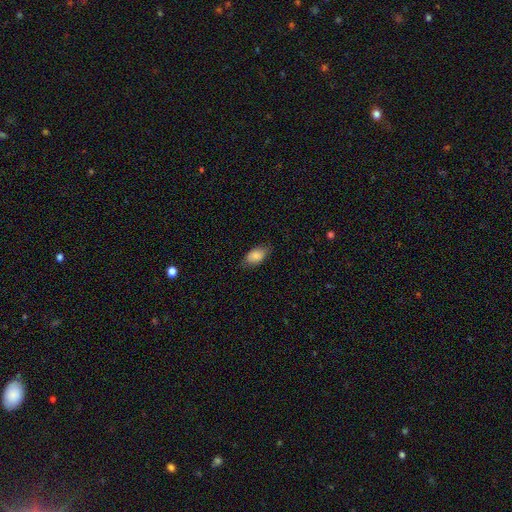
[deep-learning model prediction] A smooth galaxy with no disk features (82%) that is in between round and cigar-shaped (91%).

Vote fractions:
- Smooth or featured? smooth: 82% / featured or disk: 11% / star or artifact: 7%
- How rounded? in between: 91% / round: 6% / cigar-shaped: 3%
- Merging? none: 77% / minor disturbance: 18% / major disturbance: 4% / merger: 1%